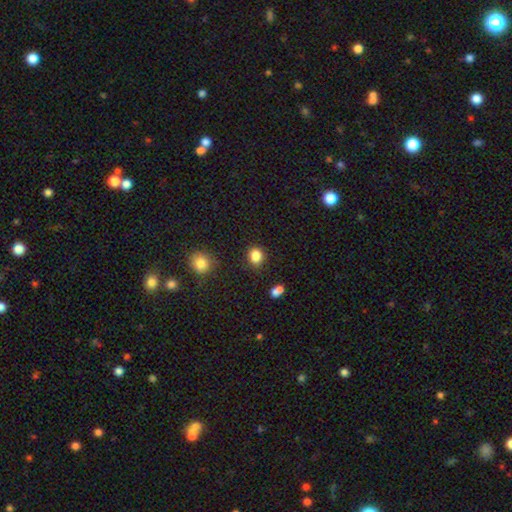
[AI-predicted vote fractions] Smooth or featured? smooth (85%)
How rounded? round (59%)
Merging? none (79%)